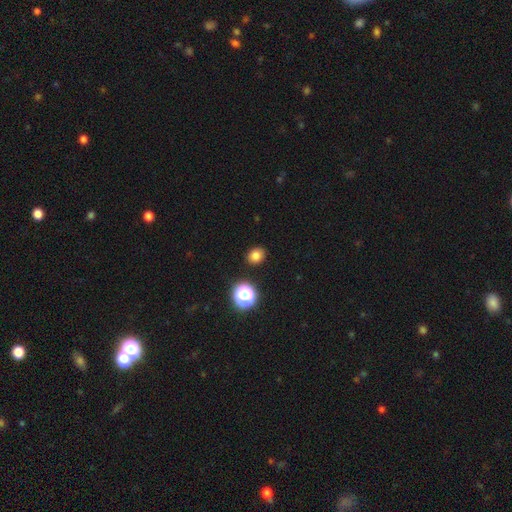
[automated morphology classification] This appears to be a smooth galaxy with no disk features (81%) that is round (62%). Merging: none (89%).